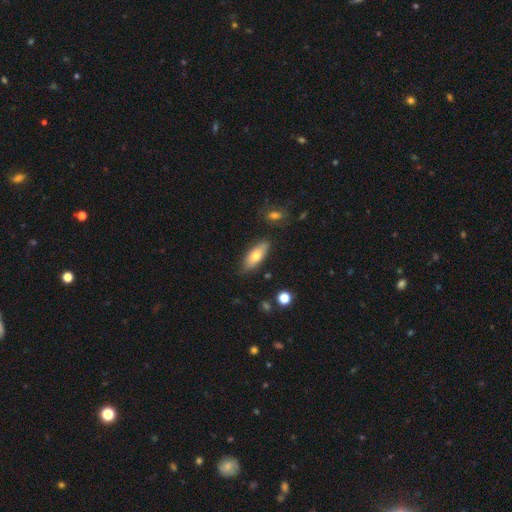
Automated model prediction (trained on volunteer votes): smooth-or-featured: smooth: 71% | featured or disk: 22% | star or artifact: 7%
  how-rounded: in between: 76% | cigar-shaped: 21% | round: 2%
  merging: none: 81% | minor disturbance: 14% | major disturbance: 3% | merger: 3%